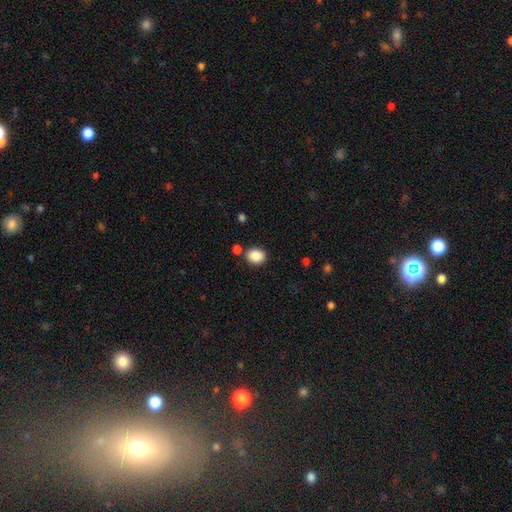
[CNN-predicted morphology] Smooth or featured? Predicted: smooth (p=0.88). How rounded? Predicted: in between (p=0.52). Merging? Predicted: none (p=0.79).